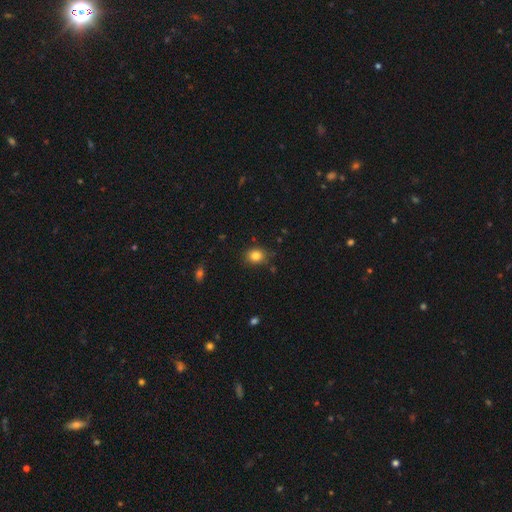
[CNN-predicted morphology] Smooth or featured? smooth (83%)
How rounded? round (61%)
Merging? none (82%)